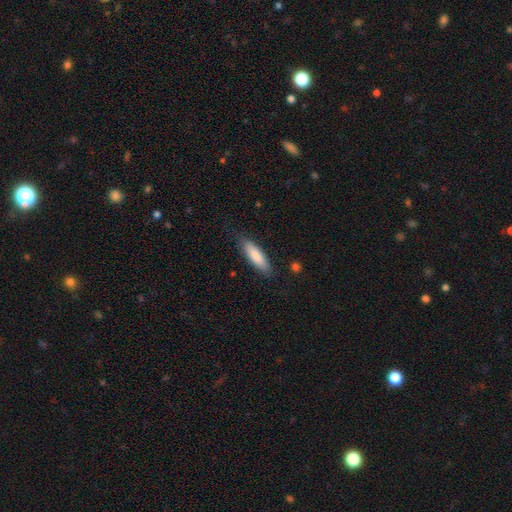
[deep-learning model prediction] Overall: smooth (85%). How rounded: cigar-shaped (55%; in between 44%). Merging: none (84%).